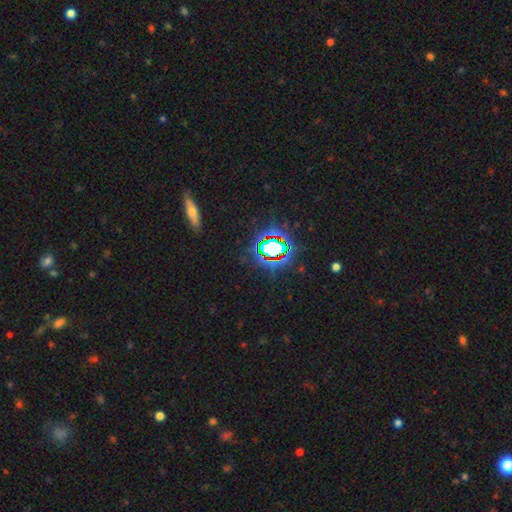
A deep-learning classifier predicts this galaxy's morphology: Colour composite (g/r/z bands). It shows a star or artifact, not a galaxy (71%).